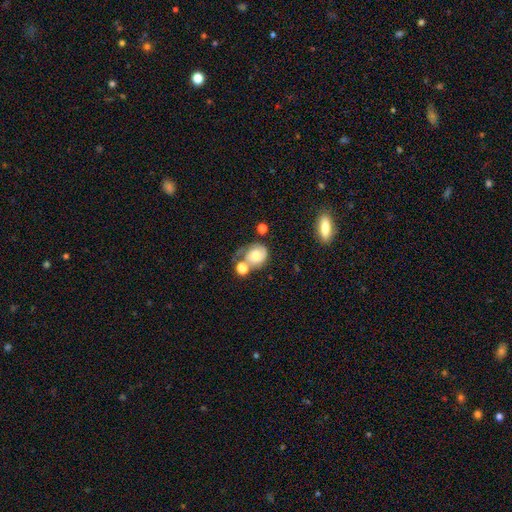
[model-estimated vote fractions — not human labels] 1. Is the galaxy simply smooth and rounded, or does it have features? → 46% smooth, 45% featured or disk, 8% star or artifact.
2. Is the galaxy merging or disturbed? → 35% none, 28% merger, 20% minor disturbance, 18% major disturbance.